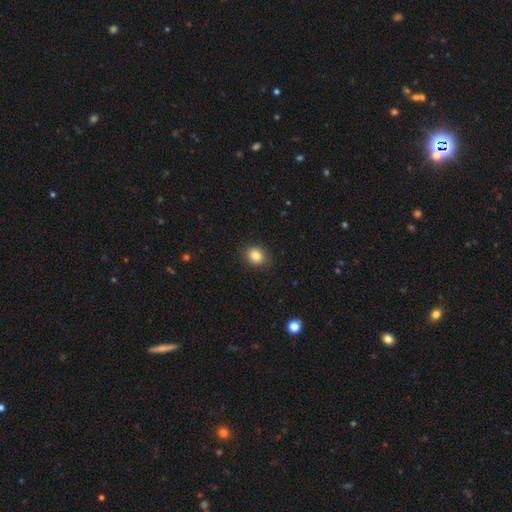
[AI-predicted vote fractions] The model was most divided on "how rounded": round: 55%, in between: 44%, cigar-shaped: 1%. More confident: merging — none (87%); smooth or featured — smooth (85%).